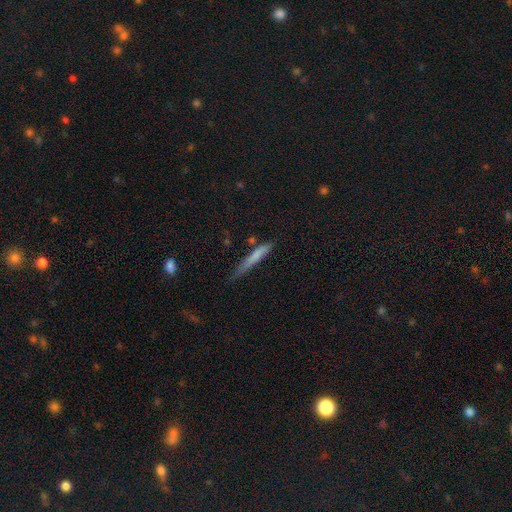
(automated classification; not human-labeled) smooth-or-featured: smooth: 70% | featured or disk: 23% | star or artifact: 7%
  how-rounded: cigar-shaped: 93% | in between: 6% | round: 2%
  merging: none: 61% | minor disturbance: 27% | major disturbance: 7% | merger: 6%